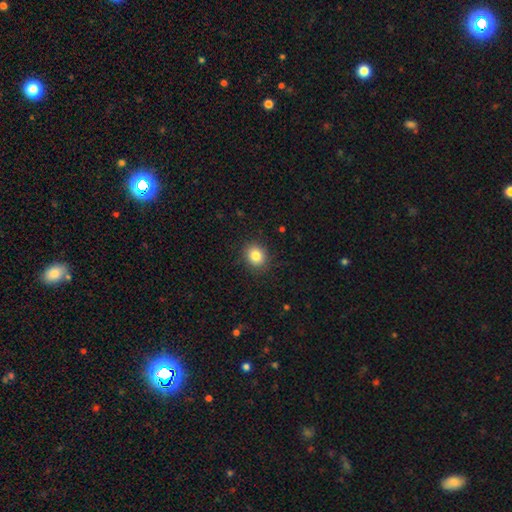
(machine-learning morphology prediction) Smooth or featured?
  - smooth: 83% *
  - star or artifact: 10%
  - featured or disk: 7%
How rounded?
  - round: 70% *
  - in between: 30%
  - cigar-shaped: 1%
Merging?
  - none: 89% *
  - minor disturbance: 8%
  - major disturbance: 2%
  - merger: 1%